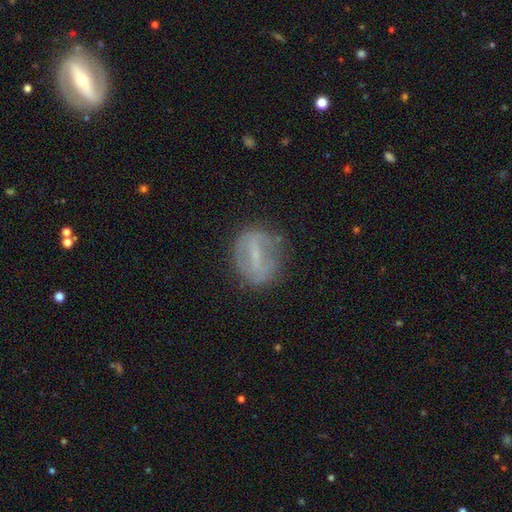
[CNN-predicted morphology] Q: Smooth or featured?
A: featured or disk (59%); runner-up: smooth (31%)
Q: Edge-on disk?
A: no (90%); runner-up: yes (10%)
Q: Bar?
A: strong (57%); runner-up: weak (32%)
Q: Spiral arms?
A: no (62%); runner-up: yes (38%)
Q: Bulge size?
A: small (60%); runner-up: none (23%)
Q: Merging?
A: none (76%); runner-up: minor disturbance (16%)